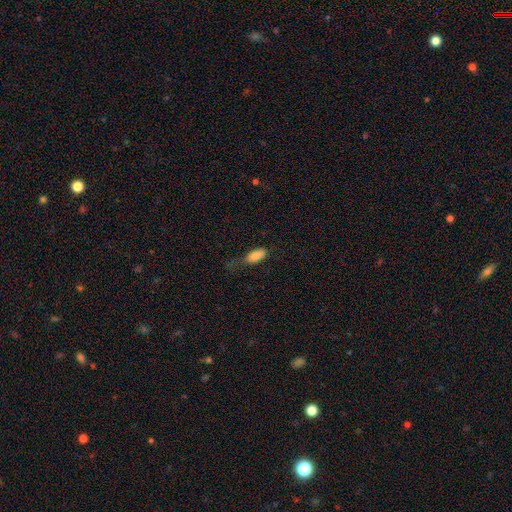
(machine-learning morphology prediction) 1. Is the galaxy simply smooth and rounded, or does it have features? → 85% smooth, 8% star or artifact, 7% featured or disk.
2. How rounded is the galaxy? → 84% in between, 13% cigar-shaped, 3% round.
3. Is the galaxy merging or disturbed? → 42% none, 34% minor disturbance, 21% major disturbance, 3% merger.